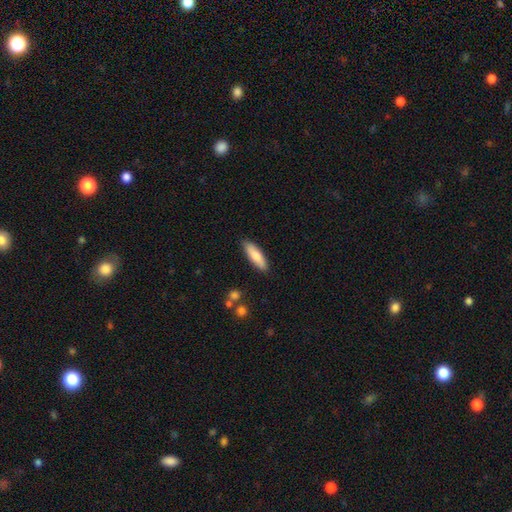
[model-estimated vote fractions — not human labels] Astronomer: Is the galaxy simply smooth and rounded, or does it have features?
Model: smooth — 78%.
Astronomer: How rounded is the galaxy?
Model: cigar-shaped — 57% (runner-up: in between, 41%).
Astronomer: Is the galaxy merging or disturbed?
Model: none — 86%.